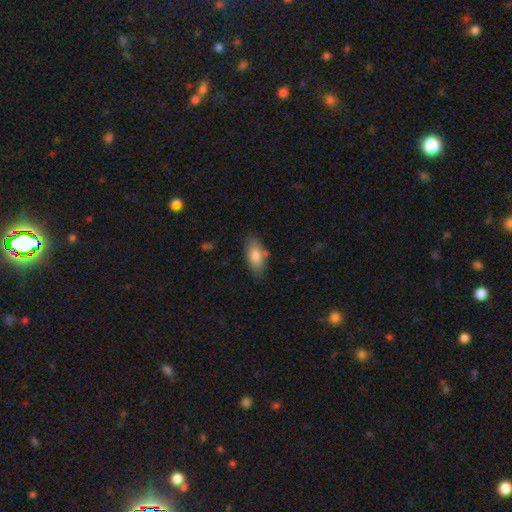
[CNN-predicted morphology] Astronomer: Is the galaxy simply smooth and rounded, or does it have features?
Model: smooth — 80%.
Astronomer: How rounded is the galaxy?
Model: in between — 89%.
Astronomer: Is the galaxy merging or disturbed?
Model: none — 75%.